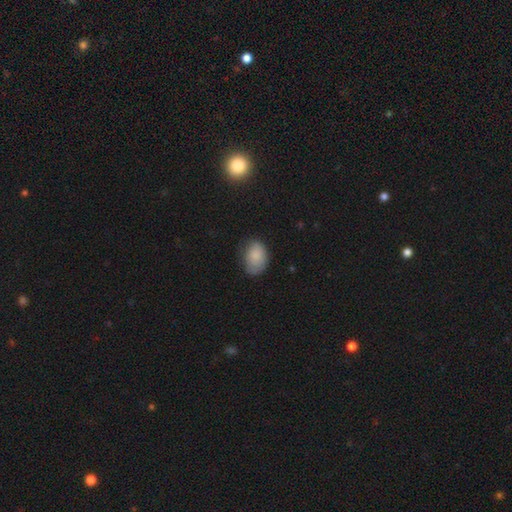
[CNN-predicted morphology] A smooth galaxy with no disk features (84%) that is in between round and cigar-shaped (82%). Merging: none (66%).